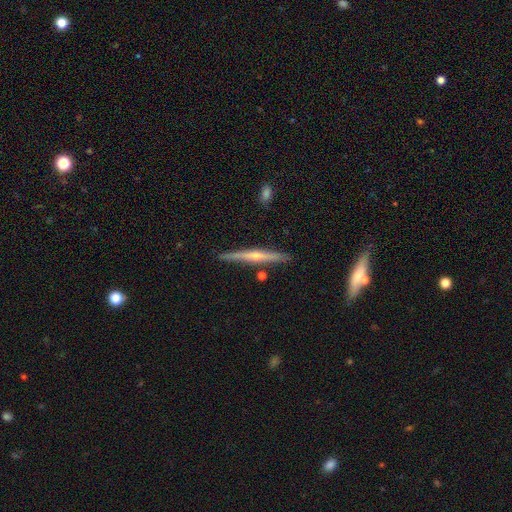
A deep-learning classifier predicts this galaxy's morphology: smooth_or_featured: featured or disk (p=0.72) [alt: smooth p=0.22]
disk_edge_on: yes (p=0.98) [alt: no p=0.02]
edge_on_bulge: rounded (p=0.82) [alt: none p=0.14]
merging: none (p=0.87) [alt: minor disturbance p=0.08]